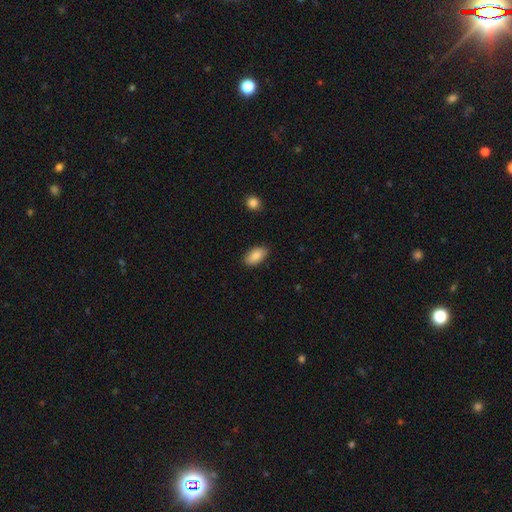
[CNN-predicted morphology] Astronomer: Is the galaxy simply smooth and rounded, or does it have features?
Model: smooth — 85%.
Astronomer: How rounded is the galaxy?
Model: in between — 93%.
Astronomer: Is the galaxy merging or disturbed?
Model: none — 86%.